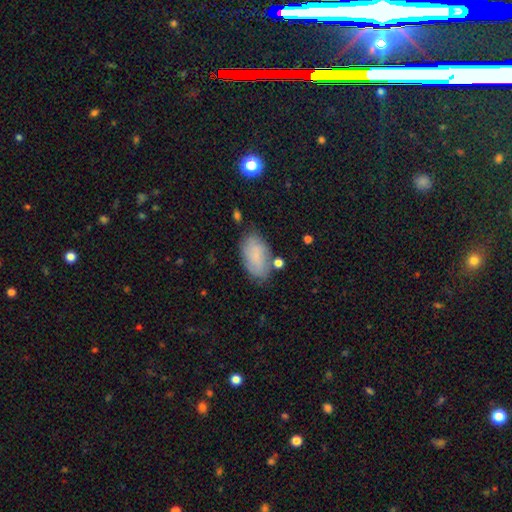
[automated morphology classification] The model was most divided on "smooth or featured": smooth: 69%, featured or disk: 23%, star or artifact: 8%. More confident: how rounded — in between (93%); merging — none (70%).